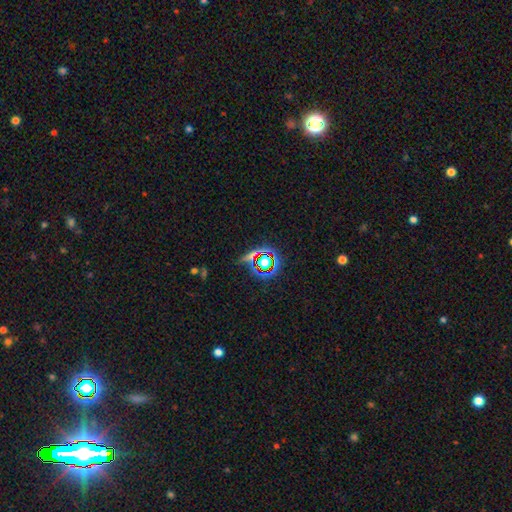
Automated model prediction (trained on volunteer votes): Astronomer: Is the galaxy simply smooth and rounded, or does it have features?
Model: star or artifact — 70%.